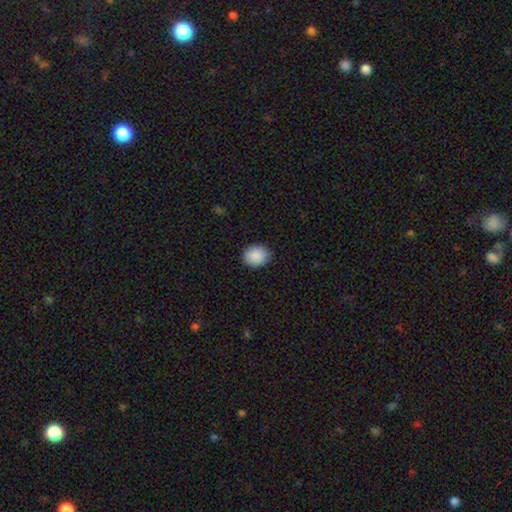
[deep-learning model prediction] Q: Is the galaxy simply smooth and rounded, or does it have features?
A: smooth — 90%.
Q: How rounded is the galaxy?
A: round — 56%.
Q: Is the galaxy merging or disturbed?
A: none — 88%.